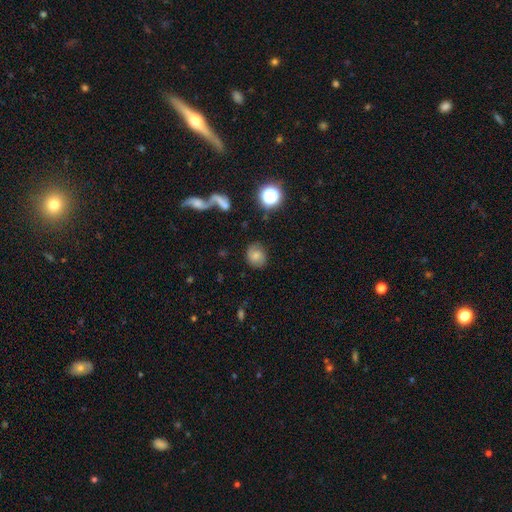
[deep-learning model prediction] Overall: smooth (56%; featured or disk 31%). How rounded: round (66%; in between 33%). Merging: none (77%).